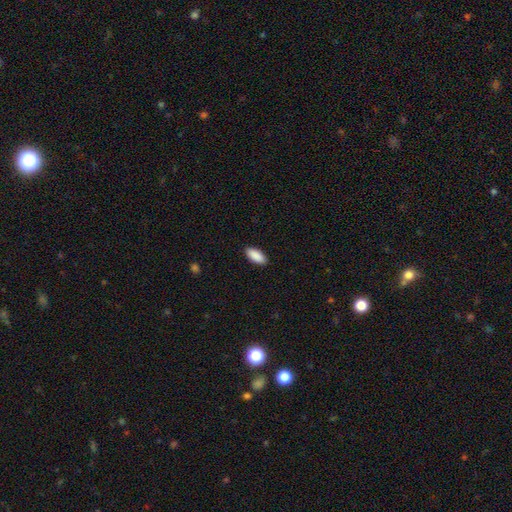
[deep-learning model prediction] The model was most divided on "how rounded": in between: 90%, cigar-shaped: 9%, round: 2%. More confident: smooth or featured — smooth (91%); merging — none (90%).